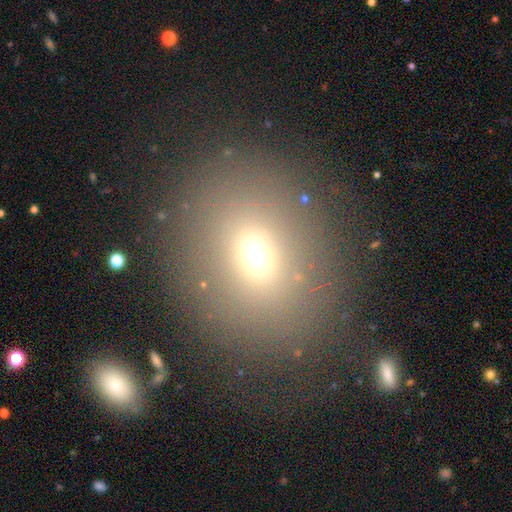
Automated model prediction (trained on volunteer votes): smooth 67%, star or artifact 19%, featured or disk 14%. Down the decision tree: how rounded — round (58%); merging — none (80%).